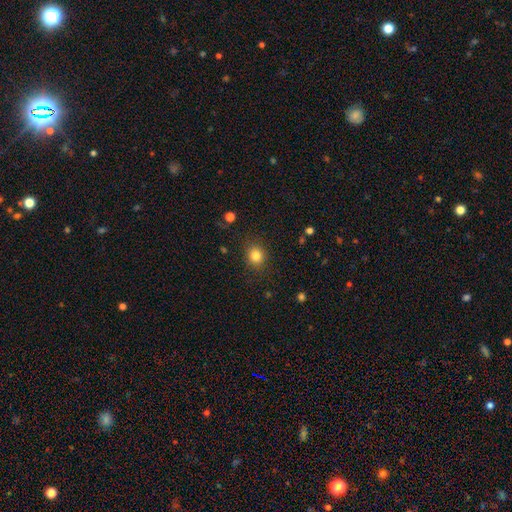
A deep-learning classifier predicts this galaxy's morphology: smooth-or-featured: smooth: 82% | star or artifact: 12% | featured or disk: 6%
  how-rounded: round: 80% | in between: 19% | cigar-shaped: 1%
  merging: none: 87% | minor disturbance: 9% | major disturbance: 3% | merger: 1%